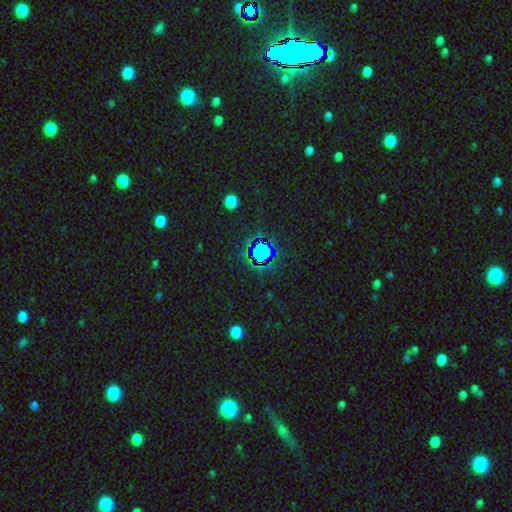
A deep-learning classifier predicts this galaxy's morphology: smooth_or_featured: star or artifact (p=0.71) [alt: smooth p=0.20]